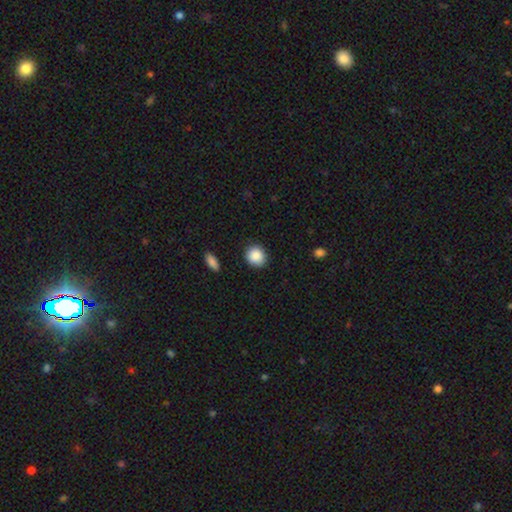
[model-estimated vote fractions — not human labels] This is clearly a smooth galaxy (89%). How rounded: likely round (76%). Merging: clearly none (88%).